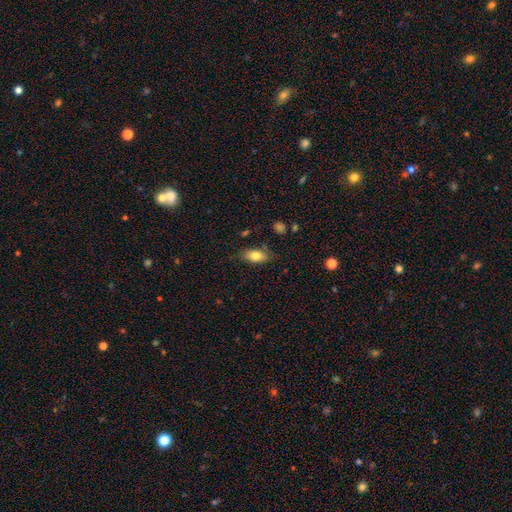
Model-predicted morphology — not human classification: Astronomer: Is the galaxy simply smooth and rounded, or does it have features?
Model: smooth — 77%.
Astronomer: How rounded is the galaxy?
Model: in between — 88%.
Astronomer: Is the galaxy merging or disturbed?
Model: none — 73%.